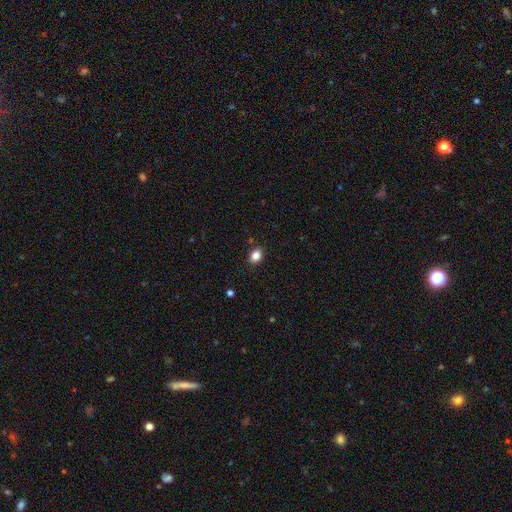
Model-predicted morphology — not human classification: smooth-or-featured: smooth: 84% | star or artifact: 10% | featured or disk: 6%
  how-rounded: in between: 65% | round: 34% | cigar-shaped: 1%
  merging: none: 88% | minor disturbance: 9% | major disturbance: 2% | merger: 1%